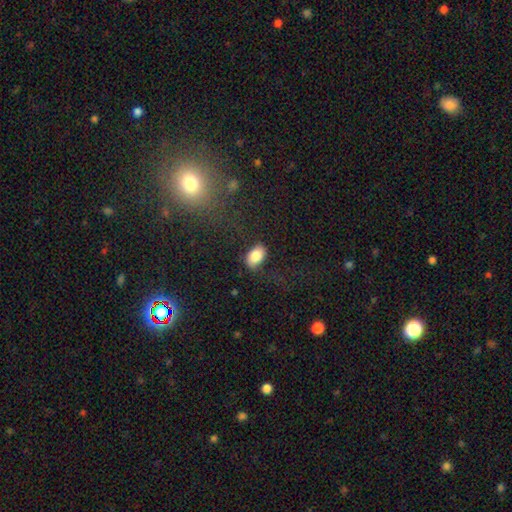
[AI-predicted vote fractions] Smooth or featured: smooth — 84% (featured or disk — 9%)
How rounded: in between — 91% (round — 8%)
Merging: none — 77% (minor disturbance — 16%)